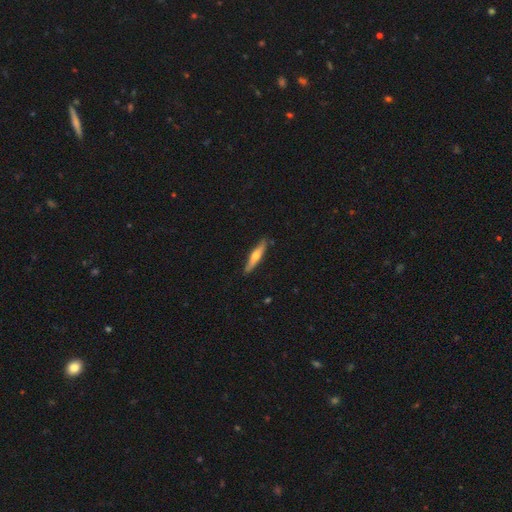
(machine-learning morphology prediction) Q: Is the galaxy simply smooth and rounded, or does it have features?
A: smooth — 50%.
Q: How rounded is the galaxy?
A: cigar-shaped — 84%.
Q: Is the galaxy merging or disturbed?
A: none — 87%.